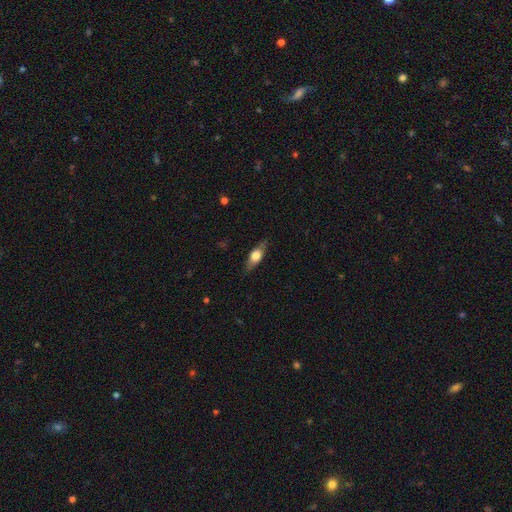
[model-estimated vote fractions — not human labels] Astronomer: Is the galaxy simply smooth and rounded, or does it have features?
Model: smooth — 52% (runner-up: featured or disk, 42%).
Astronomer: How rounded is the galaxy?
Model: in between — 60% (runner-up: cigar-shaped, 35%).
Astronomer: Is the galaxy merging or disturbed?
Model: none — 83%.